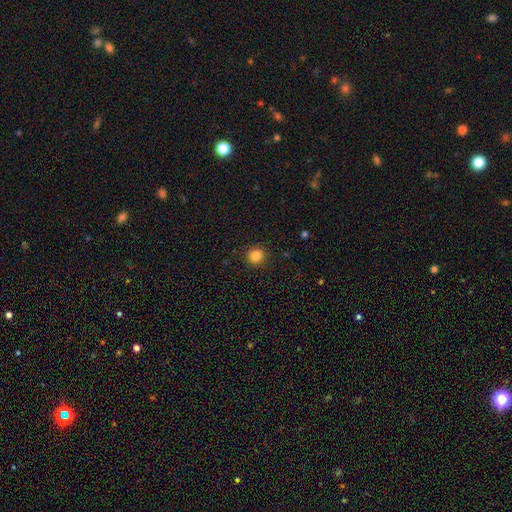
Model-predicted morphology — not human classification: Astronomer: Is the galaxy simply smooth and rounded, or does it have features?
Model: smooth — 84%.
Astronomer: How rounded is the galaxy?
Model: round — 92%.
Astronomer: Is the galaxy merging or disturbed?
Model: none — 91%.